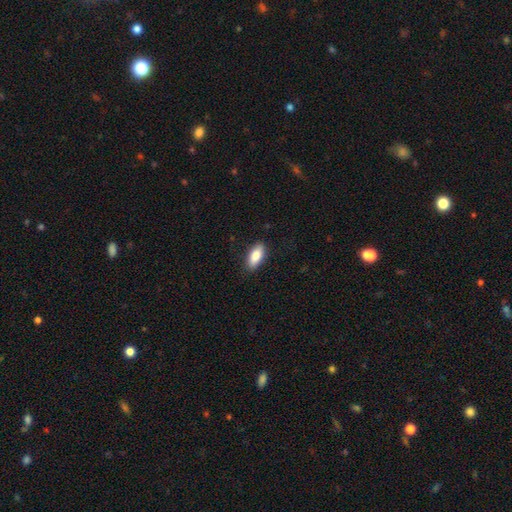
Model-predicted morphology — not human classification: The model was most divided on "how rounded": in between: 85%, cigar-shaped: 12%, round: 2%. More confident: merging — none (86%); smooth or featured — smooth (85%).